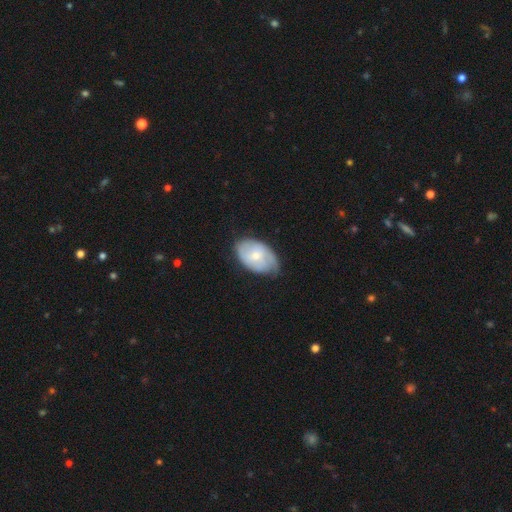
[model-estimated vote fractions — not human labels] This appears to be a smooth galaxy with no disk features (51%) that is in between round and cigar-shaped (88%). Merging: none (57%).